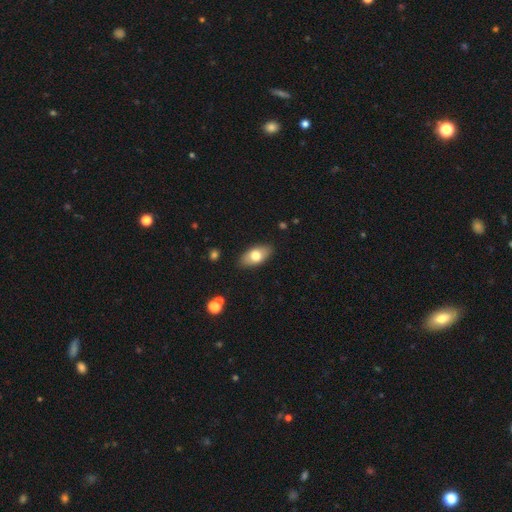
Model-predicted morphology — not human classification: smooth 72%, featured or disk 21%, star or artifact 7%. Down the decision tree: how rounded — in between (91%); merging — none (87%).